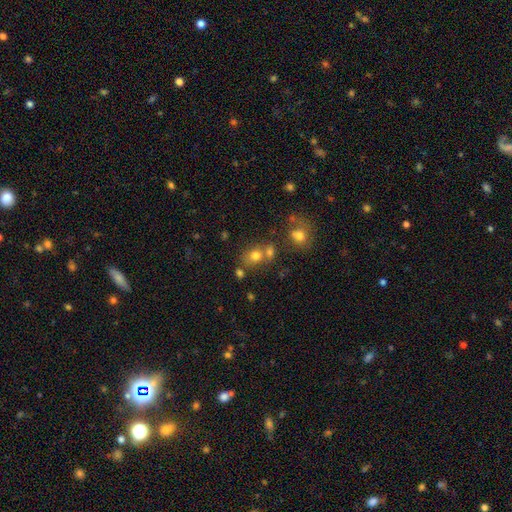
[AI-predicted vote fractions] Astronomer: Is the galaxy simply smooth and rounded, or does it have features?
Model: smooth — 73%.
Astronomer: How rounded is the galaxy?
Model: round — 62% (runner-up: in between, 37%).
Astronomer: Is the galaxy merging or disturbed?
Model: none — 51% (runner-up: merger, 33%).